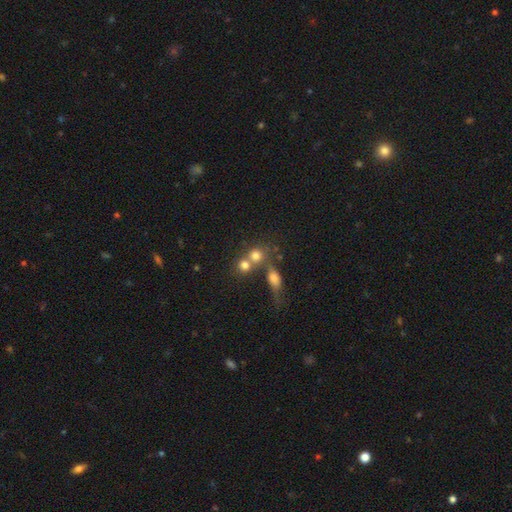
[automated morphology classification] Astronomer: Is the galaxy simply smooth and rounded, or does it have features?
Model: smooth — 73%.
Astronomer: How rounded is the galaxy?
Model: round — 80%.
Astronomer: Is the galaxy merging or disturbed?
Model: merger — 48% (runner-up: none, 39%).